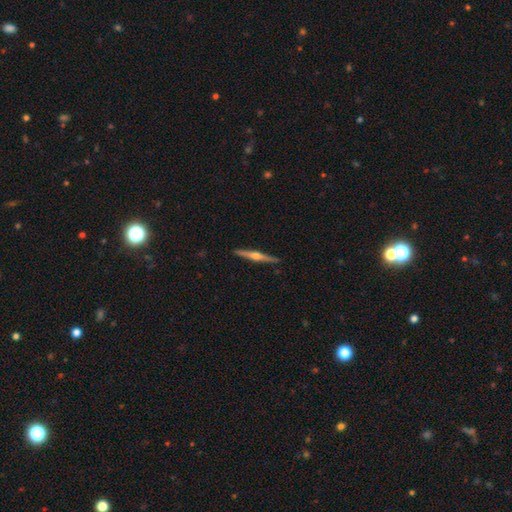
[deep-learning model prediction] The model was most divided on "smooth or featured": featured or disk: 76%, smooth: 19%, star or artifact: 5%. More confident: edge-on disk — yes (98%); edge-on bulge — rounded (93%); merging — none (91%).